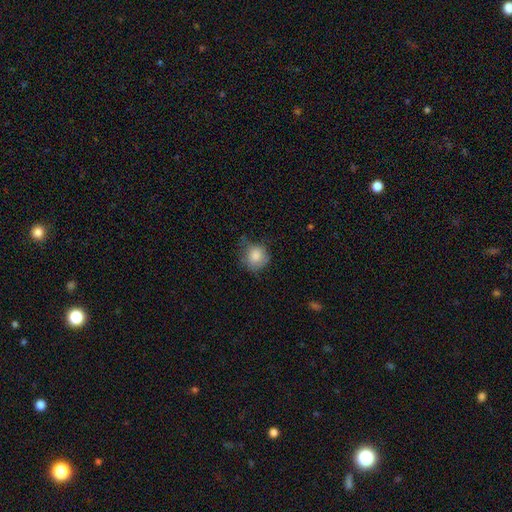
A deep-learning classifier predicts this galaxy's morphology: smooth-or-featured: smooth: 83% | featured or disk: 9% | star or artifact: 8%
  how-rounded: round: 81% | in between: 18% | cigar-shaped: 1%
  merging: none: 54% | minor disturbance: 32% | major disturbance: 12% | merger: 2%